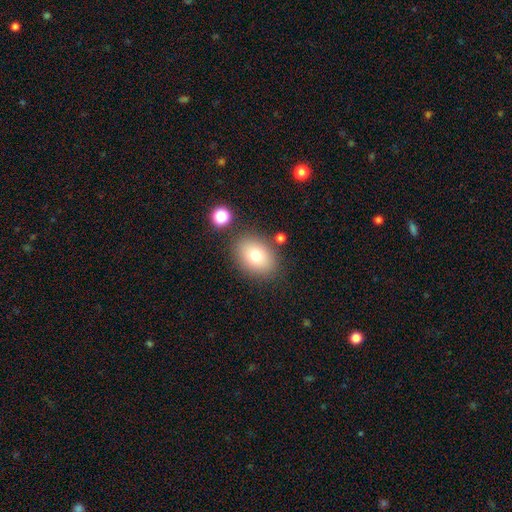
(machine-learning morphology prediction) smooth-or-featured: smooth: 77% | featured or disk: 13% | star or artifact: 11%
  how-rounded: in between: 66% | round: 33% | cigar-shaped: 1%
  merging: none: 81% | minor disturbance: 11% | merger: 5% | major disturbance: 3%